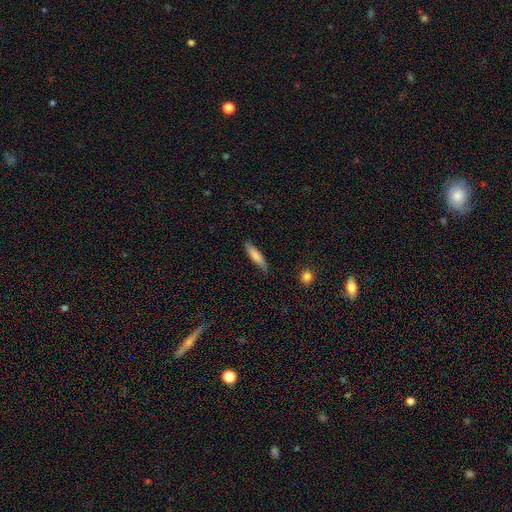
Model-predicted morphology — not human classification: A smooth galaxy with no disk features (78%) that is cigar-shaped (75%).

Vote fractions:
- Smooth or featured? smooth: 78% / featured or disk: 16% / star or artifact: 6%
- How rounded? cigar-shaped: 75% / in between: 24% / round: 2%
- Merging? none: 77% / minor disturbance: 18% / major disturbance: 3% / merger: 1%